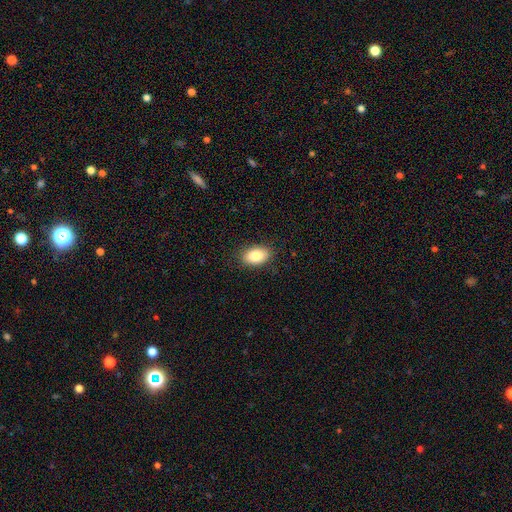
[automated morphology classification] This is clearly a smooth galaxy (84%). How rounded: clearly in between (89%). Merging: clearly none (88%).